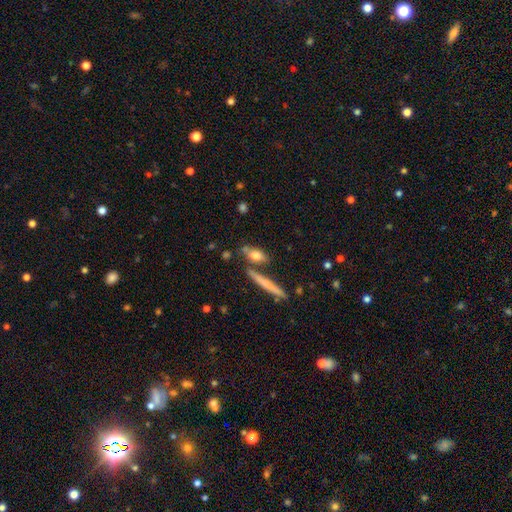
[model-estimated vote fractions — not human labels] smooth_or_featured: smooth (p=0.69) [alt: featured or disk p=0.23]
how_rounded: in between (p=0.51) [alt: cigar-shaped p=0.38]
merging: none (p=0.62) [alt: merger p=0.18]